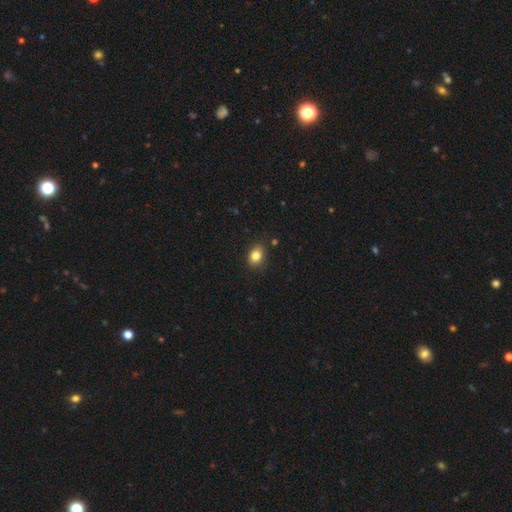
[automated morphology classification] Smooth or featured?
  - smooth: 83% *
  - star or artifact: 10%
  - featured or disk: 7%
How rounded?
  - in between: 59% *
  - round: 40%
  - cigar-shaped: 1%
Merging?
  - none: 82% *
  - minor disturbance: 14%
  - major disturbance: 3%
  - merger: 2%